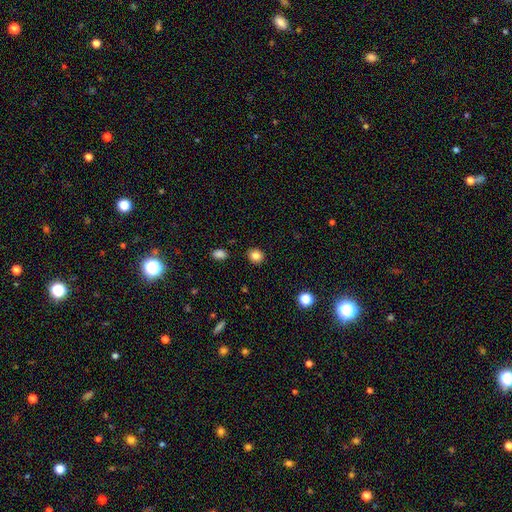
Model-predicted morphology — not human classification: smooth 84%, star or artifact 11%, featured or disk 5%. Down the decision tree: how rounded — round (81%); merging — none (90%).